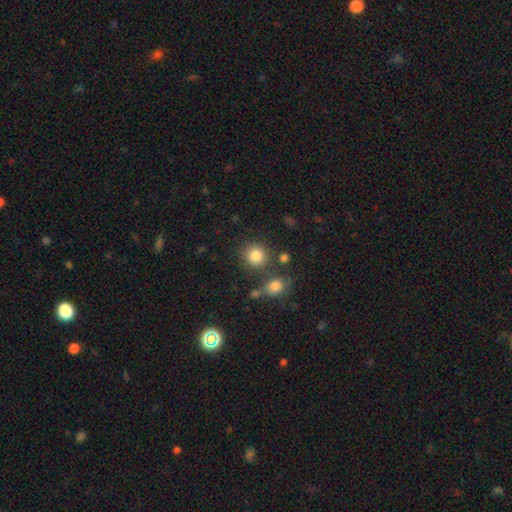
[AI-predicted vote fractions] Smooth or featured? Predicted: smooth (p=0.83). How rounded? Predicted: round (p=0.88). Merging? Predicted: none (p=0.76).